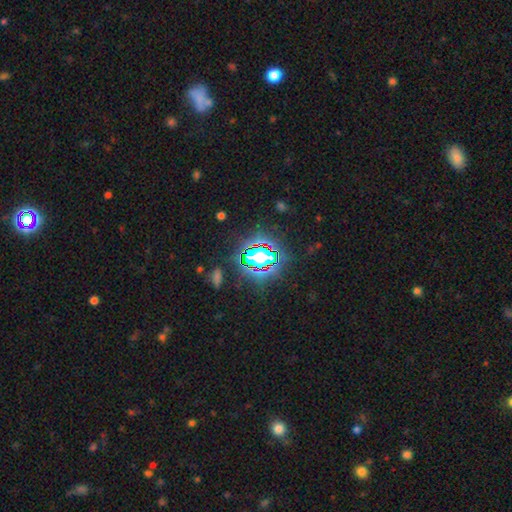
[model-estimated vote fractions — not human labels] Morphology: type=star or artifact (80%).